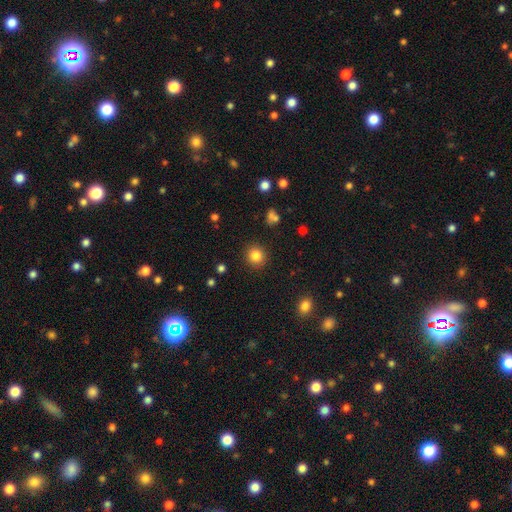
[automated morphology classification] Q: Smooth or featured?
A: smooth (83%); runner-up: star or artifact (11%)
Q: How rounded?
A: round (90%); runner-up: in between (9%)
Q: Merging?
A: none (90%); runner-up: minor disturbance (6%)